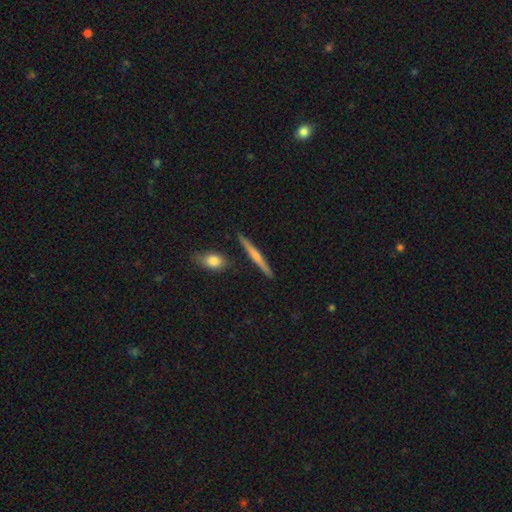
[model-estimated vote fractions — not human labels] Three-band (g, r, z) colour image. It shows a smooth galaxy with no disk features (48%). Merging: none (88%).